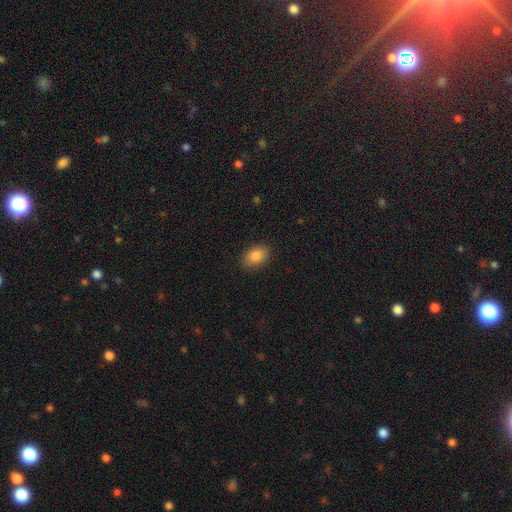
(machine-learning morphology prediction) This appears to be a smooth galaxy with no disk features (85%) that is in between round and cigar-shaped (85%). Merging: none (87%).